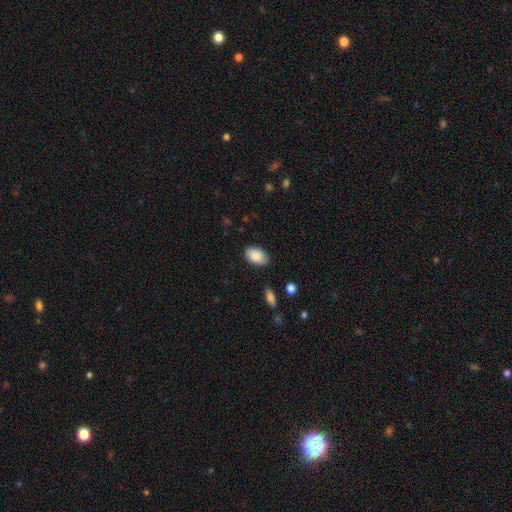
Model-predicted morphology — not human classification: A smooth galaxy with no disk features (87%) that is in between round and cigar-shaped (93%).

Vote fractions:
- Smooth or featured? smooth: 87% / star or artifact: 6% / featured or disk: 6%
- How rounded? in between: 93% / round: 6% / cigar-shaped: 1%
- Merging? none: 82% / minor disturbance: 14% / major disturbance: 3% / merger: 1%